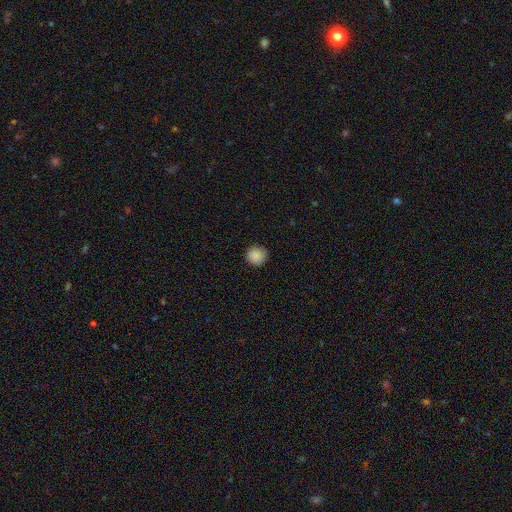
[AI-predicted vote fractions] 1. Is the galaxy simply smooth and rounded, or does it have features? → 88% smooth, 9% star or artifact, 3% featured or disk.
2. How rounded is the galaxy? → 94% round, 5% in between, 1% cigar-shaped.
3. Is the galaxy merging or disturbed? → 91% none, 6% minor disturbance, 2% major disturbance, 1% merger.